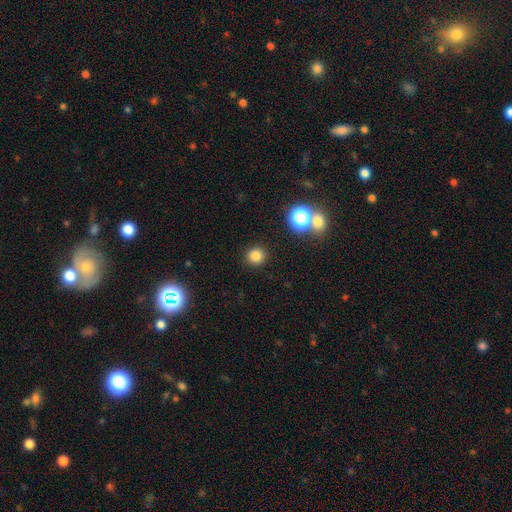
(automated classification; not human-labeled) A smooth galaxy with no disk features (81%) that is round (92%).

Vote fractions:
- Smooth or featured? smooth: 81% / star or artifact: 14% / featured or disk: 5%
- How rounded? round: 92% / in between: 7% / cigar-shaped: 1%
- Merging? none: 91% / minor disturbance: 5% / merger: 2% / major disturbance: 2%